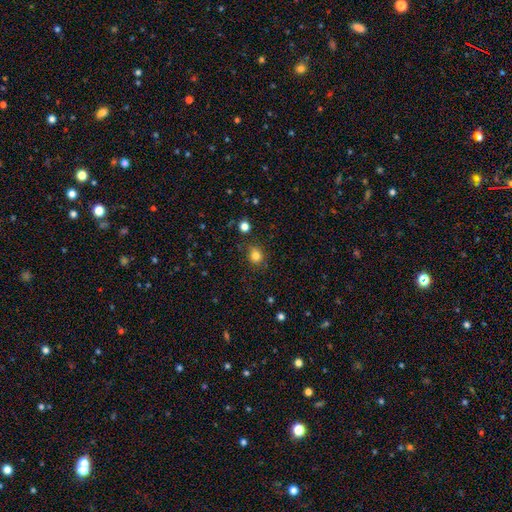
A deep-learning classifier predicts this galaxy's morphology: Smooth or featured: smooth — 82% (star or artifact — 13%)
How rounded: round — 82% (in between — 17%)
Merging: none — 80% (minor disturbance — 13%)